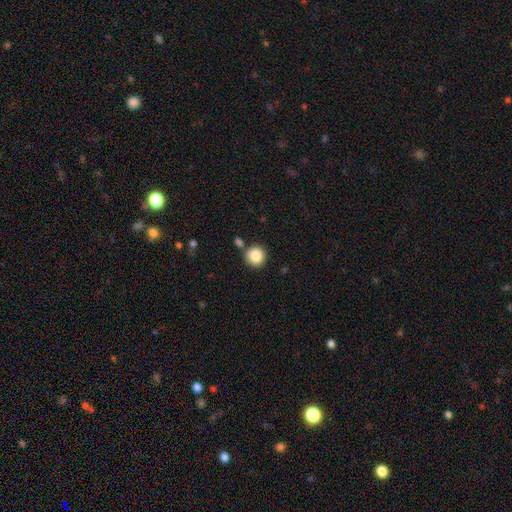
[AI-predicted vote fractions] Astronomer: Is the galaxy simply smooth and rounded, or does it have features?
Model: smooth — 85%.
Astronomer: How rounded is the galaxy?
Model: round — 93%.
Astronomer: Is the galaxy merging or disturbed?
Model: none — 82%.